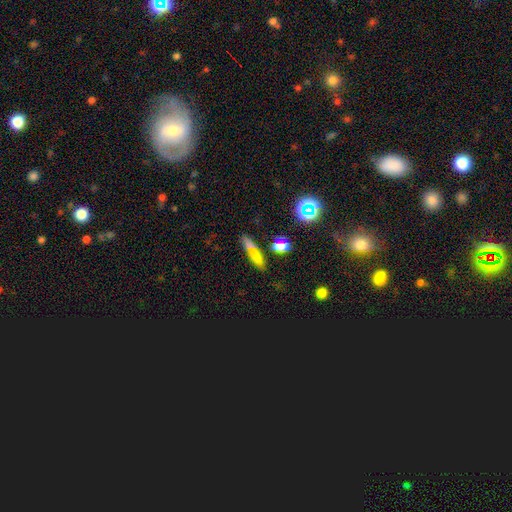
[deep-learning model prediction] This is likely a smooth galaxy (66%). How rounded: likely cigar-shaped (64%). Merging: likely none (67%).